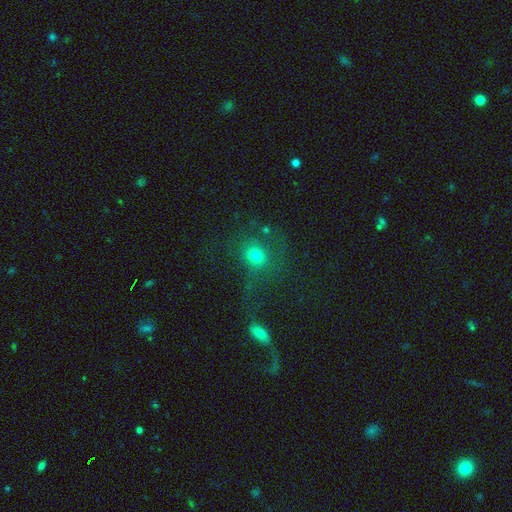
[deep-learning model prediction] A smooth galaxy with no disk features (66%) that is round (72%).

Vote fractions:
- Smooth or featured? smooth: 66% / star or artifact: 18% / featured or disk: 16%
- How rounded? round: 72% / in between: 26% / cigar-shaped: 2%
- Merging? none: 57% / major disturbance: 21% / minor disturbance: 16% / merger: 7%